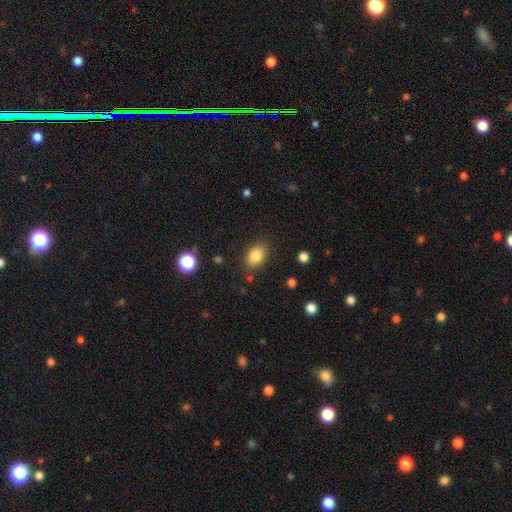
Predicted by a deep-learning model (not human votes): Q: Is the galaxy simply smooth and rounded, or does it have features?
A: smooth — 84%.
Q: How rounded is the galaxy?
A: in between — 83%.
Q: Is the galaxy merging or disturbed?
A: none — 82%.